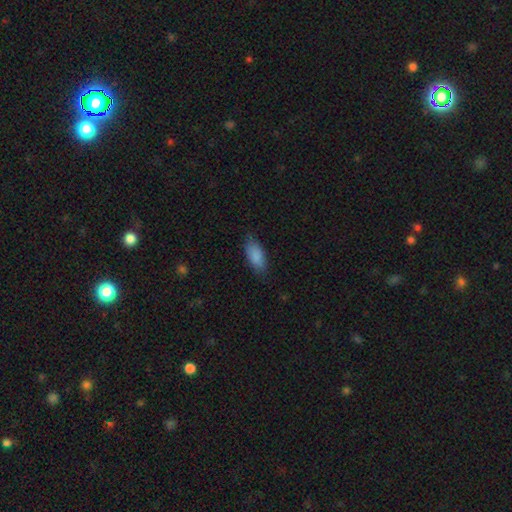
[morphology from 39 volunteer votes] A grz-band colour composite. It shows a smooth galaxy with no disk features (92%) that is in between round and cigar-shaped (89%). Merging: none (84%).